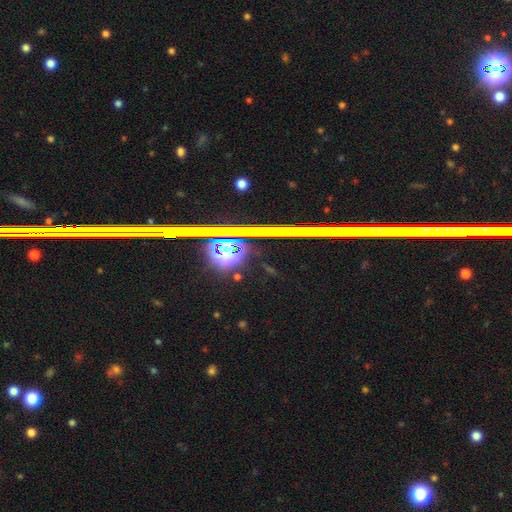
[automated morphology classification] A star or artifact, not a galaxy (77%).